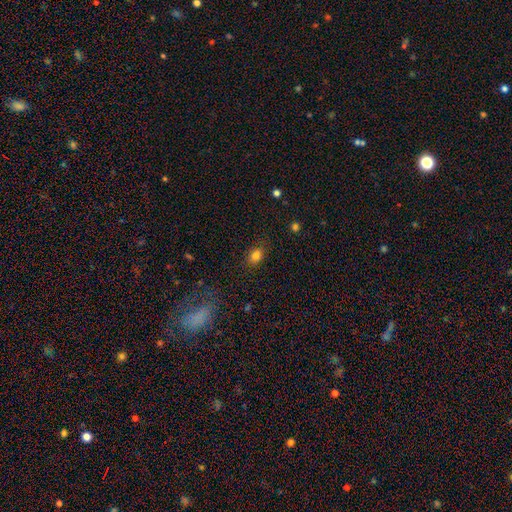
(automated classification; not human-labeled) Smooth or featured? Predicted: smooth (p=0.81). How rounded? Predicted: in between (p=0.67). Merging? Predicted: none (p=0.83).